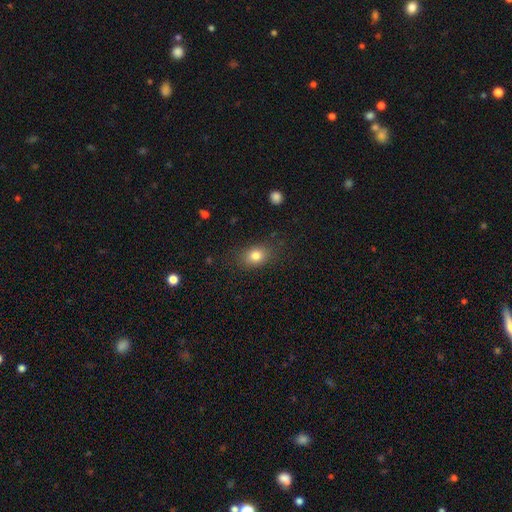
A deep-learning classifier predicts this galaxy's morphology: Smooth or featured: smooth — 81% (star or artifact — 10%)
How rounded: in between — 69% (round — 29%)
Merging: none — 79% (minor disturbance — 14%)